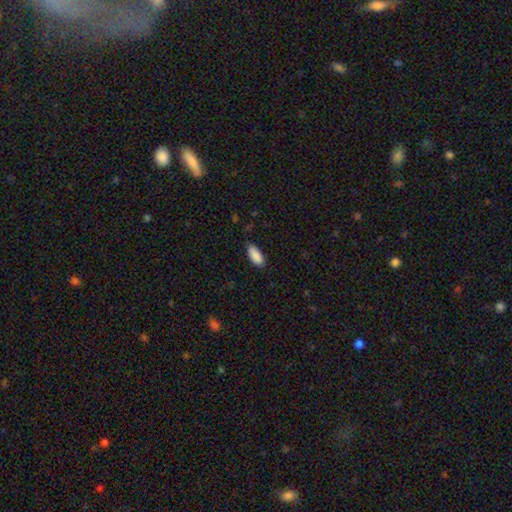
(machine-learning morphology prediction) The model was most divided on "merging": none: 80%, minor disturbance: 16%, major disturbance: 3%, merger: 1%. More confident: smooth or featured — smooth (90%); how rounded — in between (86%).